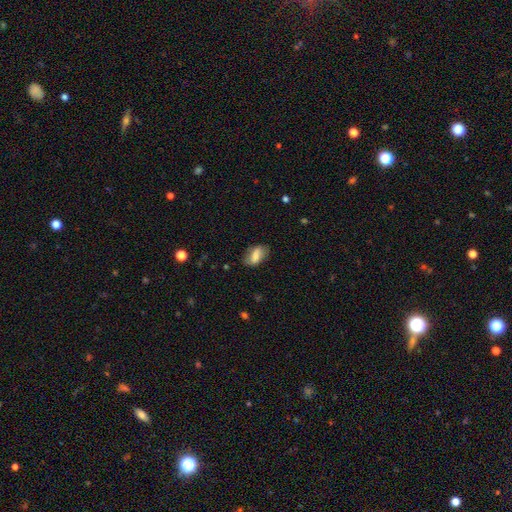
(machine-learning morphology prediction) The model was most divided on "smooth or featured": smooth: 68%, featured or disk: 24%, star or artifact: 8%. More confident: how rounded — in between (89%); merging — none (73%).